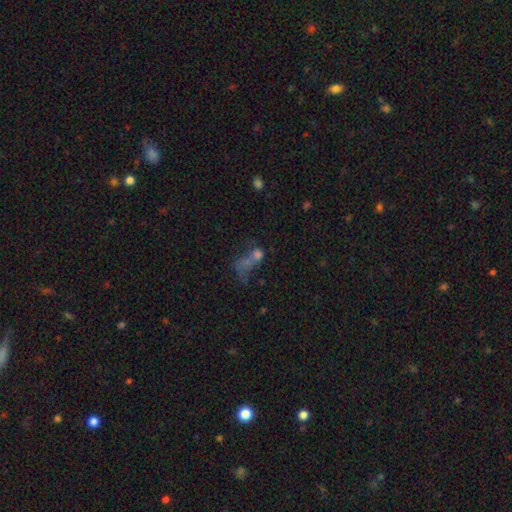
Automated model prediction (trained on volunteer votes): A smooth galaxy with no disk features (45%). Merging: merger (35%).